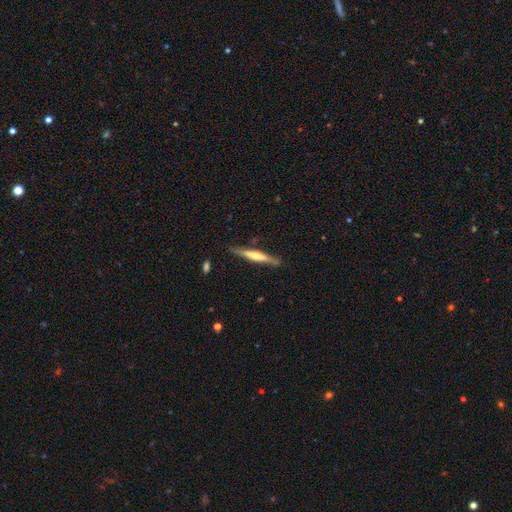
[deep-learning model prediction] Q: Smooth or featured?
A: featured or disk (55%); runner-up: smooth (39%)
Q: Edge-on disk?
A: yes (94%); runner-up: no (6%)
Q: Edge-on bulge?
A: rounded (63%); runner-up: none (21%)
Q: Merging?
A: none (82%); runner-up: minor disturbance (13%)